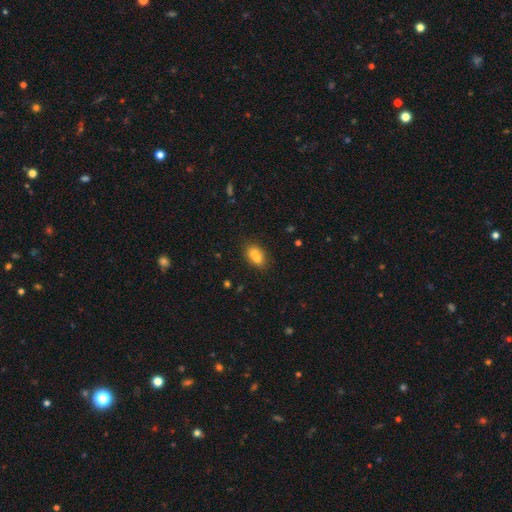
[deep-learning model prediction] Smooth or featured? Predicted: smooth (p=0.74). How rounded? Predicted: in between (p=0.73). Merging? Predicted: none (p=0.42).